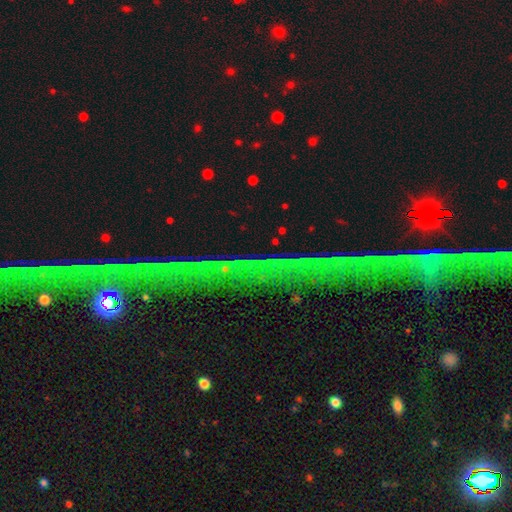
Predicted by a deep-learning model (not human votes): The model was most divided on "smooth or featured": star or artifact: 74%, featured or disk: 15%, smooth: 10%.